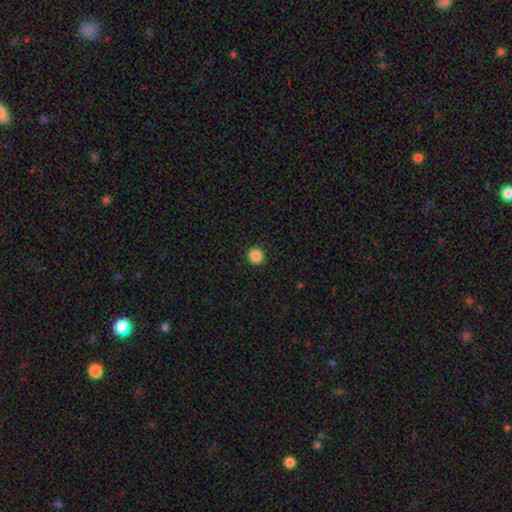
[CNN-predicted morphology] Smooth or featured? Predicted: smooth (p=0.86). How rounded? Predicted: round (p=0.92). Merging? Predicted: none (p=0.93).